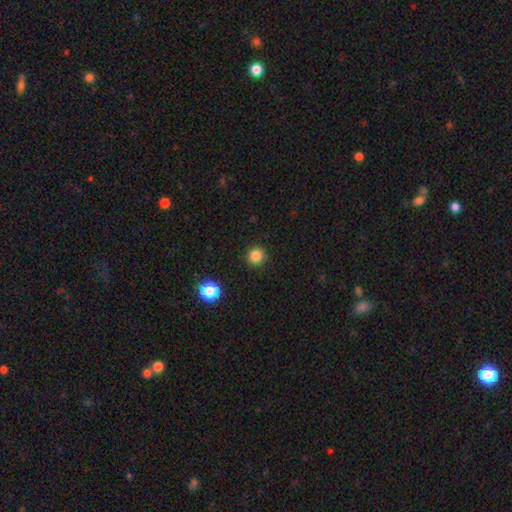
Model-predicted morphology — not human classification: This appears to be a smooth galaxy with no disk features (84%) that is round (95%). Merging: none (92%).